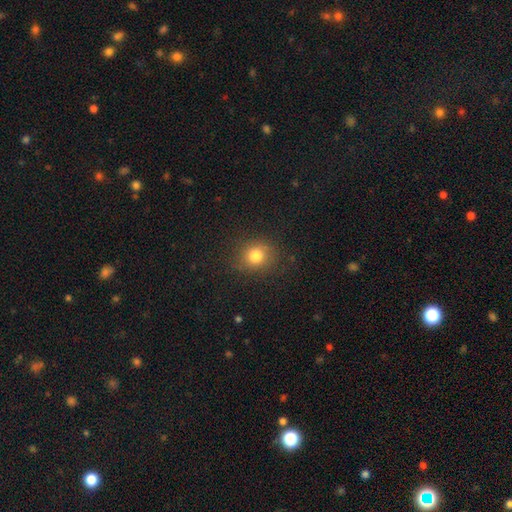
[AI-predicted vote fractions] Smooth or featured: smooth — 80% (star or artifact — 13%)
How rounded: round — 77% (in between — 22%)
Merging: none — 83% (minor disturbance — 12%)